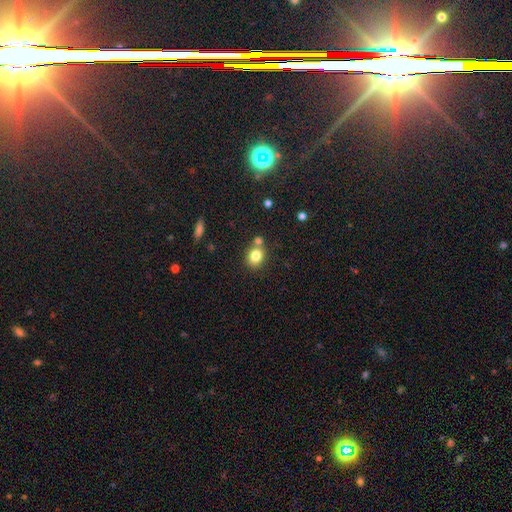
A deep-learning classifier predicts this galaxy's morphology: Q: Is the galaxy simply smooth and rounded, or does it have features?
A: smooth — 80%.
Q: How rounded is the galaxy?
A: round — 61%.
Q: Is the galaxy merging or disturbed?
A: none — 63%.